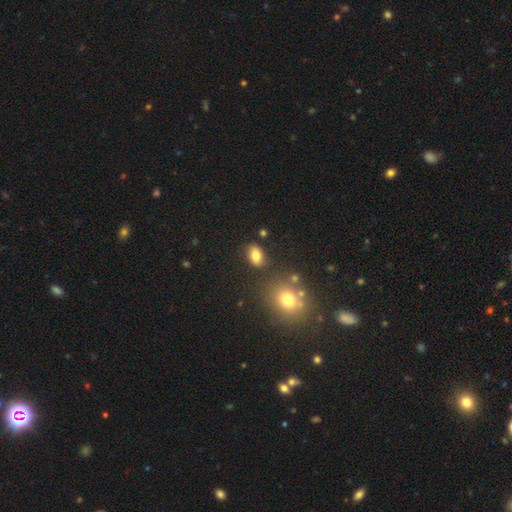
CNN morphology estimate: smooth-or-featured: smooth: 81% | star or artifact: 10% | featured or disk: 8%
  how-rounded: in between: 81% | round: 18% | cigar-shaped: 1%
  merging: none: 81% | minor disturbance: 11% | merger: 4% | major disturbance: 3%